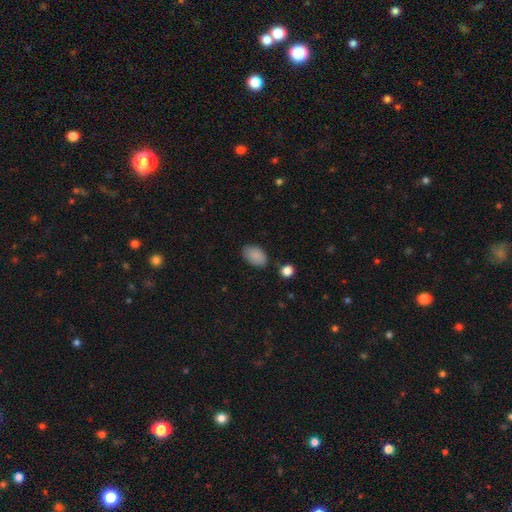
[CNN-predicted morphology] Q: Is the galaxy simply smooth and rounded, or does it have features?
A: smooth — 88%.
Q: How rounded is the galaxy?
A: in between — 91%.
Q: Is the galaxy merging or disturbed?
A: none — 80%.